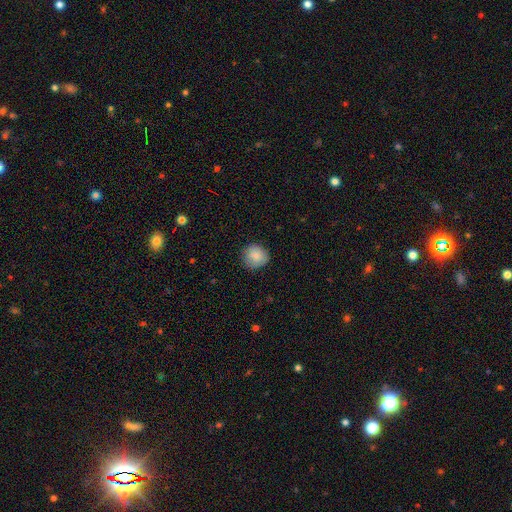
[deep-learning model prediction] smooth 85%, star or artifact 8%, featured or disk 7%. Down the decision tree: how rounded — round (91%); merging — none (85%).